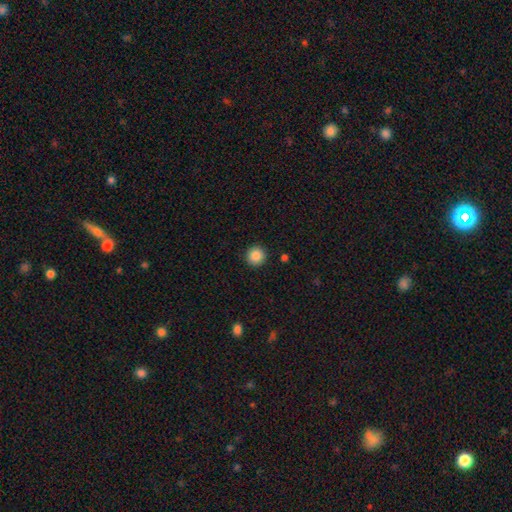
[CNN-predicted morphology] smooth_or_featured: smooth (p=0.87) [alt: star or artifact p=0.09]
how_rounded: round (p=0.95) [alt: in between p=0.04]
merging: none (p=0.92) [alt: minor disturbance p=0.05]